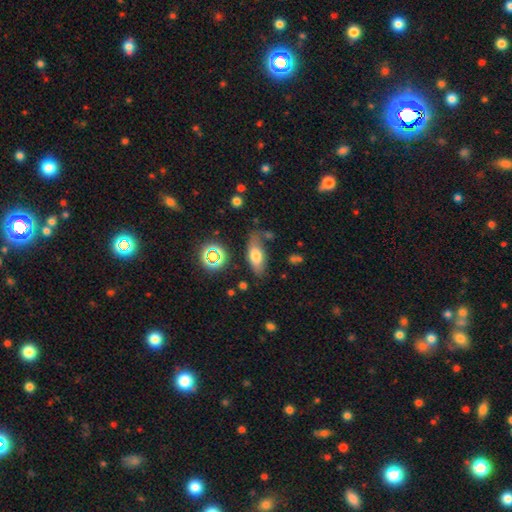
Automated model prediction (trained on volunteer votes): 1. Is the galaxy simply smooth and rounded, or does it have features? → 69% smooth, 20% featured or disk, 11% star or artifact.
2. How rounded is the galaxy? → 80% in between, 15% cigar-shaped, 5% round.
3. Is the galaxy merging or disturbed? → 65% none, 21% minor disturbance, 7% major disturbance, 6% merger.